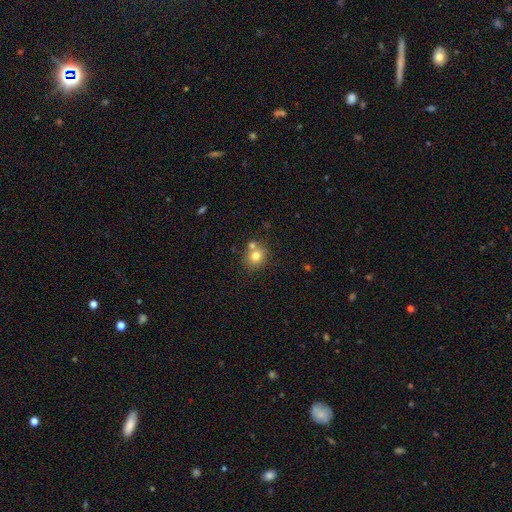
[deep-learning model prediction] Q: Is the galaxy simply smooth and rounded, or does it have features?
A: smooth — 77%.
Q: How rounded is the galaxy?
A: round — 74%.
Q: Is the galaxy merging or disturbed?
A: none — 64%.